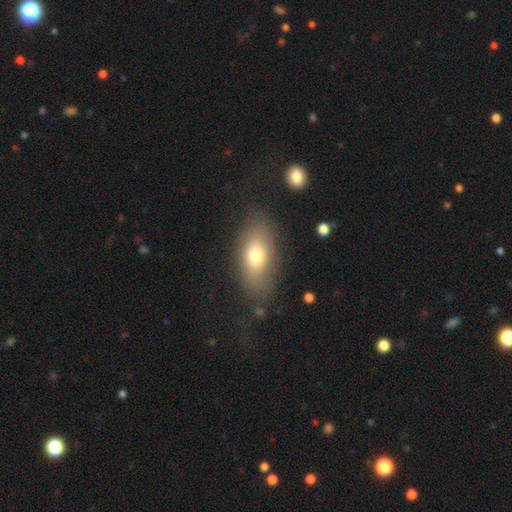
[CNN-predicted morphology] Smooth or featured?
  - smooth: 71% *
  - featured or disk: 20%
  - star or artifact: 9%
How rounded?
  - in between: 85% *
  - cigar-shaped: 9%
  - round: 6%
Merging?
  - none: 76% *
  - minor disturbance: 15%
  - major disturbance: 6%
  - merger: 2%